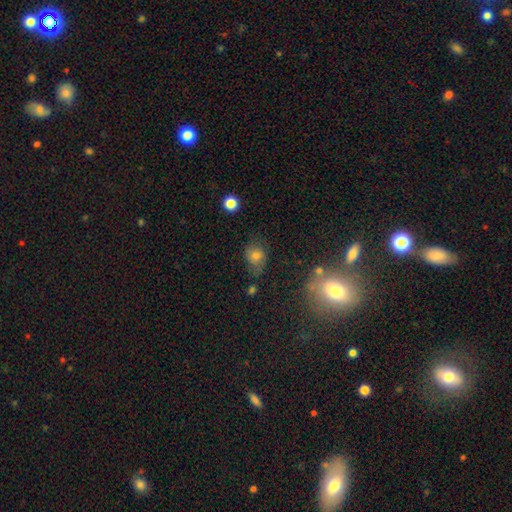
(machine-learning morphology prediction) Smooth or featured?
  - smooth: 73% *
  - star or artifact: 15%
  - featured or disk: 12%
How rounded?
  - round: 56% *
  - in between: 42%
  - cigar-shaped: 1%
Merging?
  - none: 57% *
  - minor disturbance: 27%
  - major disturbance: 12%
  - merger: 5%